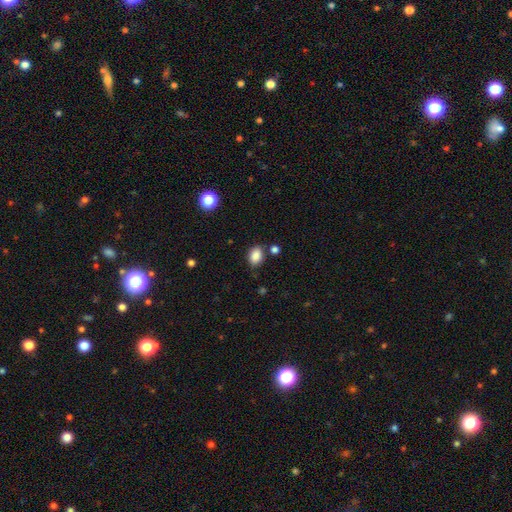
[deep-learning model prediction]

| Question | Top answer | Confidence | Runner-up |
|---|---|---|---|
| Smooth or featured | smooth | 87% | star or artifact (9%) |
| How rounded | in between | 74% | round (25%) |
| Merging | none | 76% | minor disturbance (14%) |